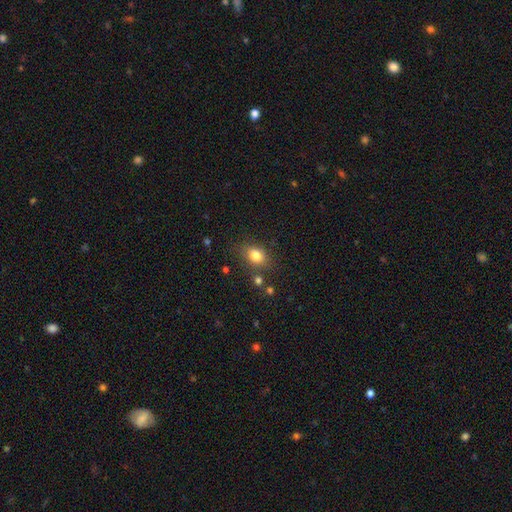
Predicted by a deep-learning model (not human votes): Overall: smooth (81%). How rounded: in between (64%; round 35%). Merging: none (77%).